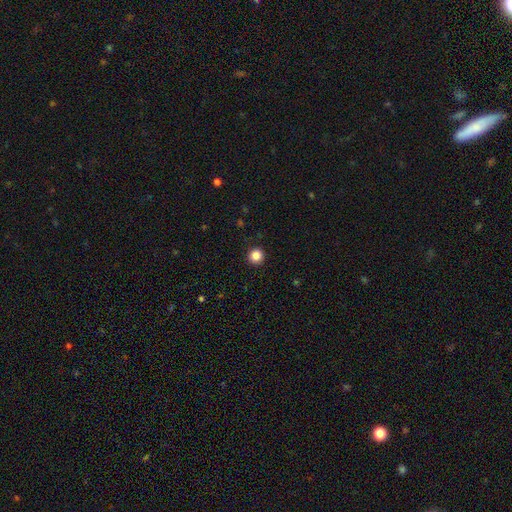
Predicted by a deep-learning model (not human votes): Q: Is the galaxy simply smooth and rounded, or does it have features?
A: smooth — 87%.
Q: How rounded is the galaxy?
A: round — 95%.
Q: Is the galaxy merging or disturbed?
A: none — 93%.